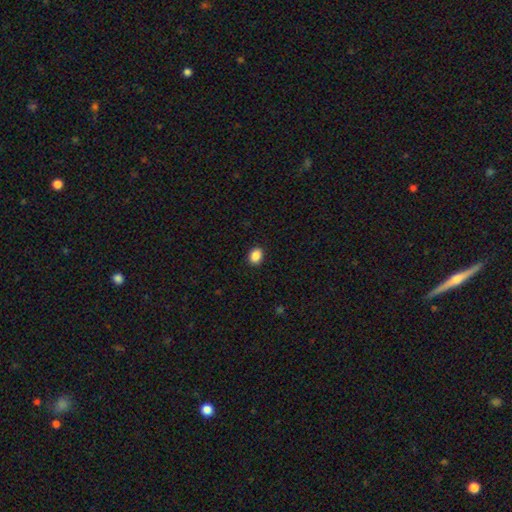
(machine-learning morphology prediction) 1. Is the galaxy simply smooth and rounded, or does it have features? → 88% smooth, 9% star or artifact, 3% featured or disk.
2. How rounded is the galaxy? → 55% in between, 44% round, 1% cigar-shaped.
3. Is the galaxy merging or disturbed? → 91% none, 6% minor disturbance, 2% major disturbance, 1% merger.